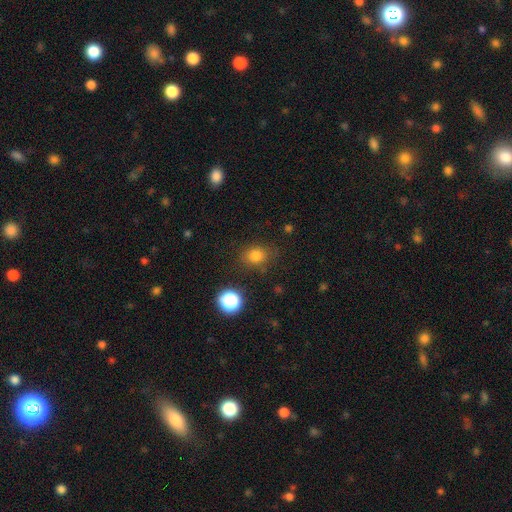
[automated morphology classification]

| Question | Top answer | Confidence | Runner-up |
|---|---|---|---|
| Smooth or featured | smooth | 79% | star or artifact (15%) |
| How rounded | round | 60% | in between (39%) |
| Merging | none | 79% | minor disturbance (14%) |